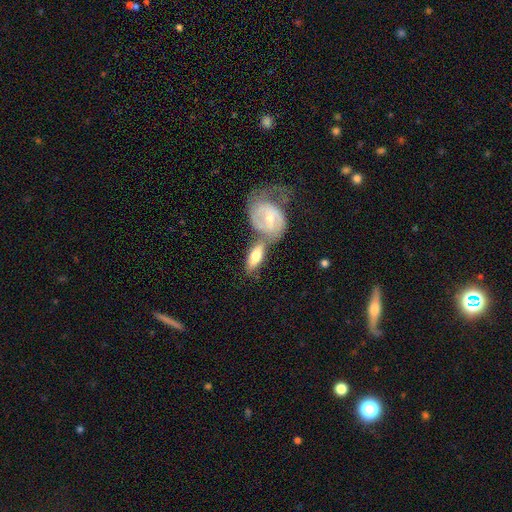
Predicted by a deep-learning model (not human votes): Q: Smooth or featured?
A: smooth (50%); runner-up: featured or disk (45%)
Q: Merging?
A: merger (43%); runner-up: none (38%)